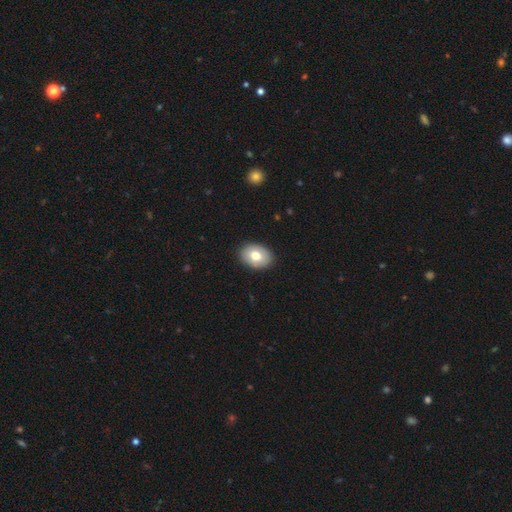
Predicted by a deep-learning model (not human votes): This appears to be a smooth galaxy with no disk features (76%) that is in between round and cigar-shaped (79%). Merging: none (89%).